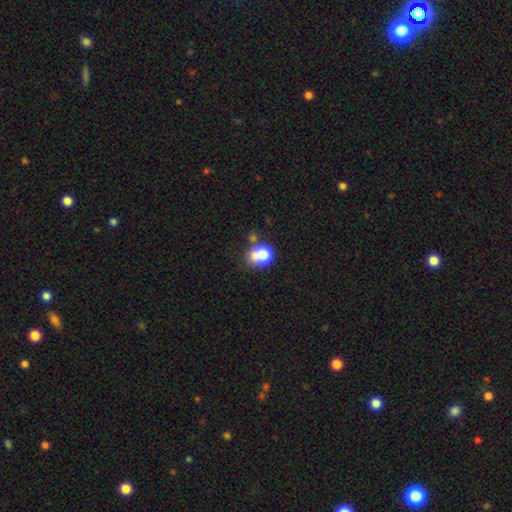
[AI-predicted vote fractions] smooth-or-featured: smooth: 69% | featured or disk: 18% | star or artifact: 13%
  how-rounded: round: 68% | in between: 31% | cigar-shaped: 1%
  merging: merger: 48% | none: 36% | minor disturbance: 10% | major disturbance: 6%